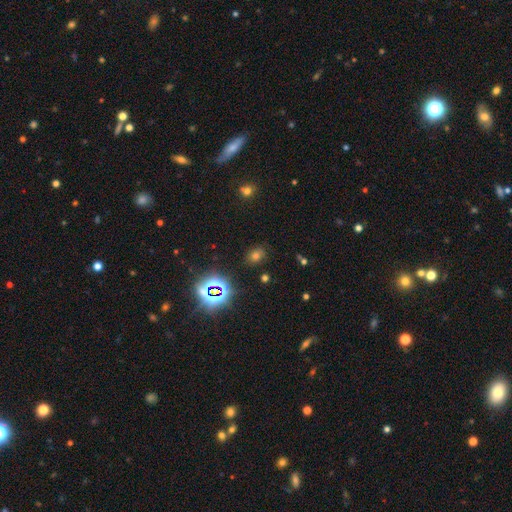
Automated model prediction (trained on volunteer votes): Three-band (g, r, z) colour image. It shows a smooth galaxy with no disk features (54%) that is in between round and cigar-shaped (54%). Merging: none (85%).